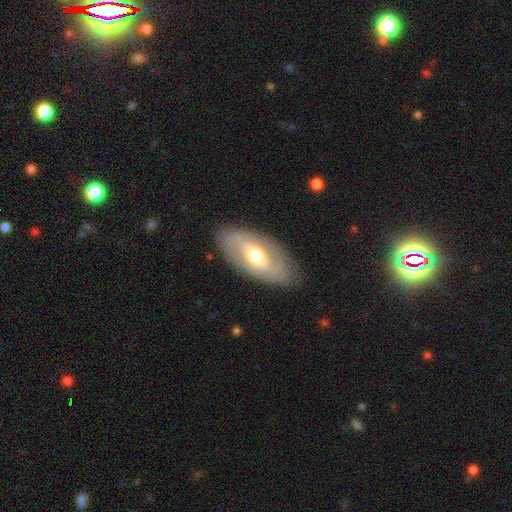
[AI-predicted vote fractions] Morphology: type=featured or disk (56%); edge-on=no (87%); merging=none (82%).